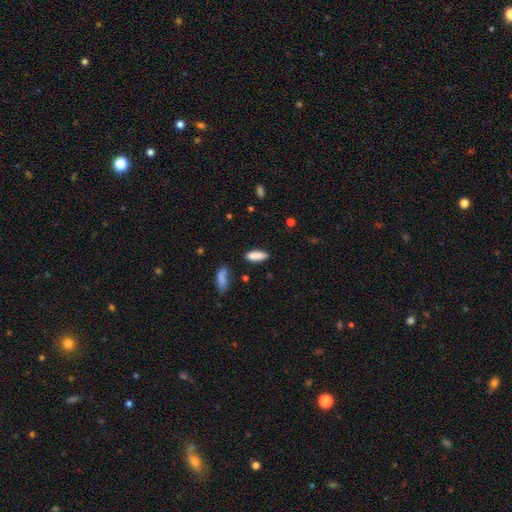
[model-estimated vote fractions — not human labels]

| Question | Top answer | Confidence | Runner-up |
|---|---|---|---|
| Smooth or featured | smooth | 85% | featured or disk (8%) |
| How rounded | in between | 51% | cigar-shaped (47%) |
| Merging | none | 79% | minor disturbance (13%) |